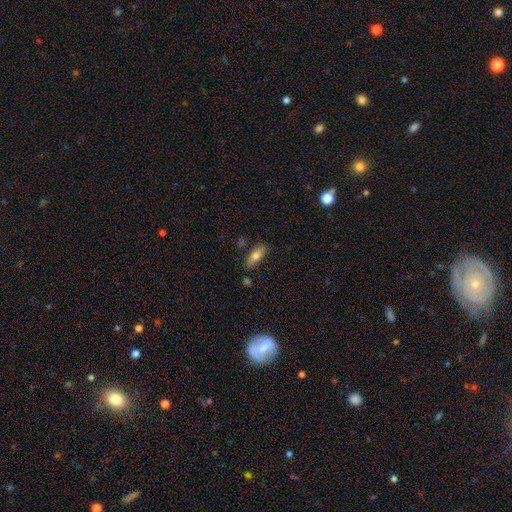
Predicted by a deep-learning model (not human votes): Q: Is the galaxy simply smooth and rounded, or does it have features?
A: smooth — 73%.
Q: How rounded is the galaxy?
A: in between — 67%.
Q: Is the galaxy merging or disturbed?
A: none — 79%.